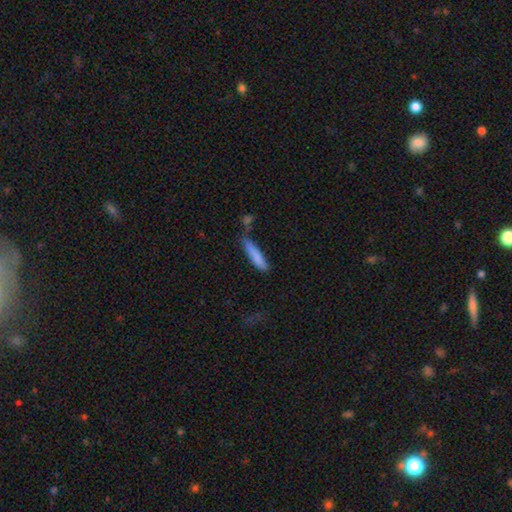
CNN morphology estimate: Smooth or featured: smooth — 82% (featured or disk — 12%)
How rounded: cigar-shaped — 86% (in between — 13%)
Merging: none — 60% (minor disturbance — 23%)